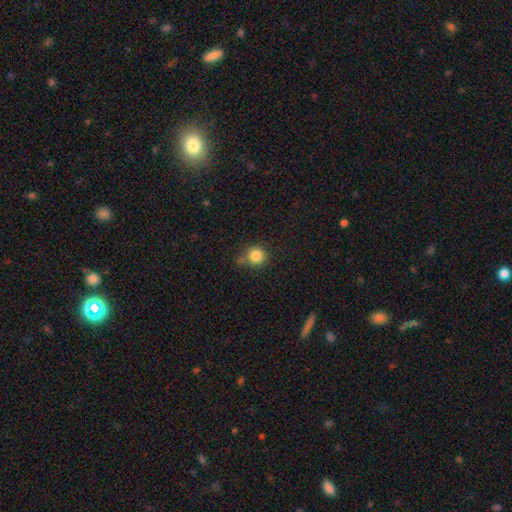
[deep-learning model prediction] smooth_or_featured: smooth (p=0.84) [alt: star or artifact p=0.11]
how_rounded: round (p=0.92) [alt: in between p=0.08]
merging: none (p=0.70) [alt: minor disturbance p=0.18]